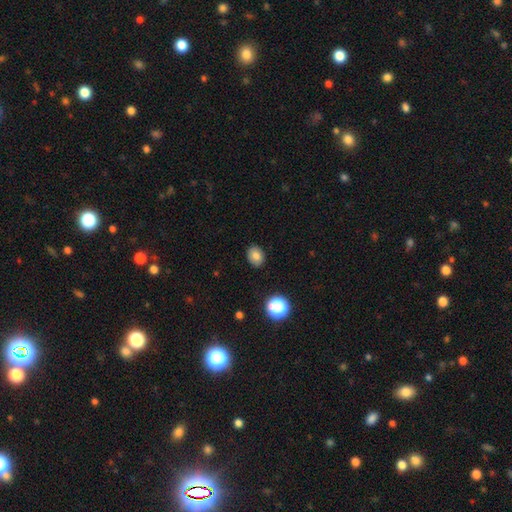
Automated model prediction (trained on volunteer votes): This appears to be a smooth galaxy with no disk features (79%) that is in between round and cigar-shaped (55%). Merging: none (88%).